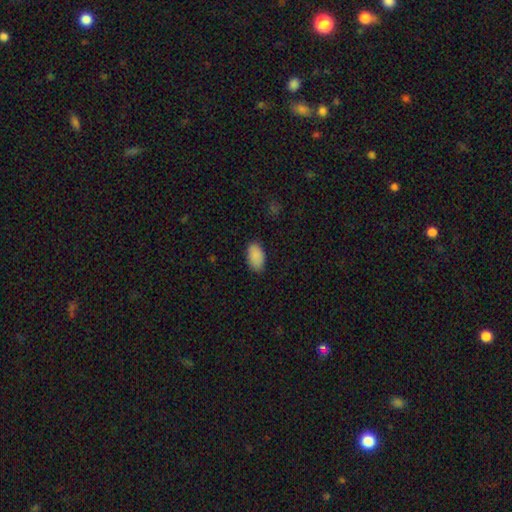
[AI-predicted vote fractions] smooth-or-featured: smooth: 89% | star or artifact: 7% | featured or disk: 4%
  how-rounded: in between: 94% | round: 4% | cigar-shaped: 2%
  merging: none: 85% | minor disturbance: 12% | major disturbance: 2% | merger: 1%